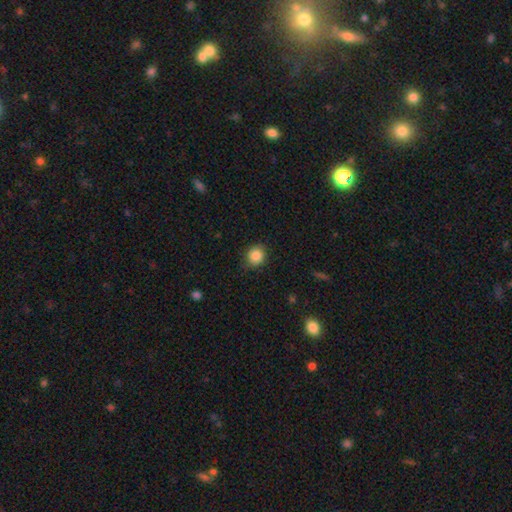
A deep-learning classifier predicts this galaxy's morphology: Smooth or featured? Predicted: smooth (p=0.86). How rounded? Predicted: round (p=0.77). Merging? Predicted: none (p=0.81).